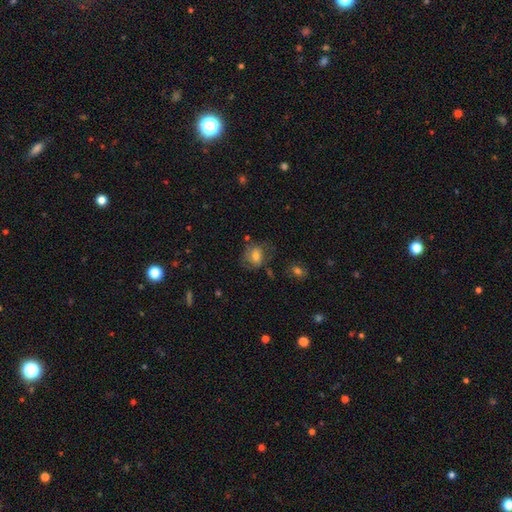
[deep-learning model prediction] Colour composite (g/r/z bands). It shows a smooth galaxy with no disk features (61%) that is round (55%). Merging: none (58%).